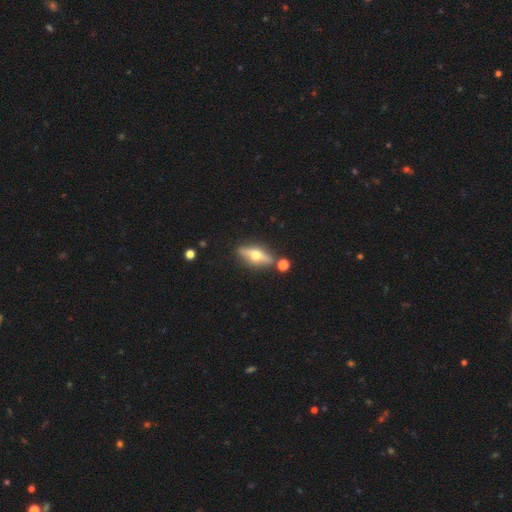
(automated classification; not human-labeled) A featured or disk galaxy (60%) viewed edge-on (88%) with a rounded central bulge (95%). Merging: none (80%).